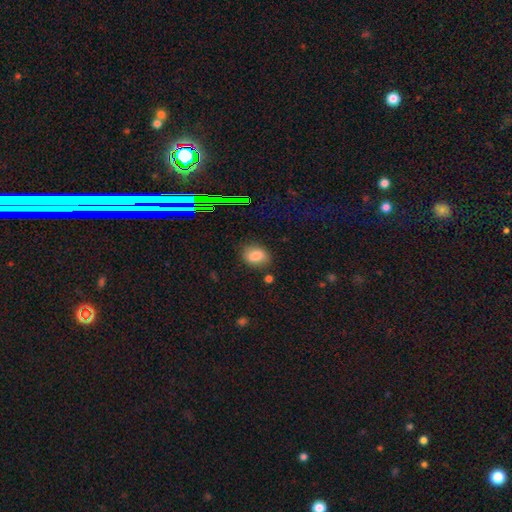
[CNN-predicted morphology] The model was most divided on "how rounded": in between: 61%, round: 38%, cigar-shaped: 1%. More confident: merging — none (80%); smooth or featured — smooth (79%).